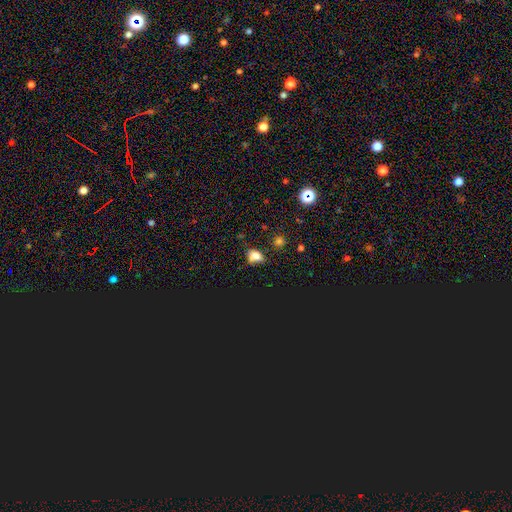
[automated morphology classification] This appears to be a smooth galaxy with no disk features (66%) that is in between round and cigar-shaped (60%). Merging: none (51%).